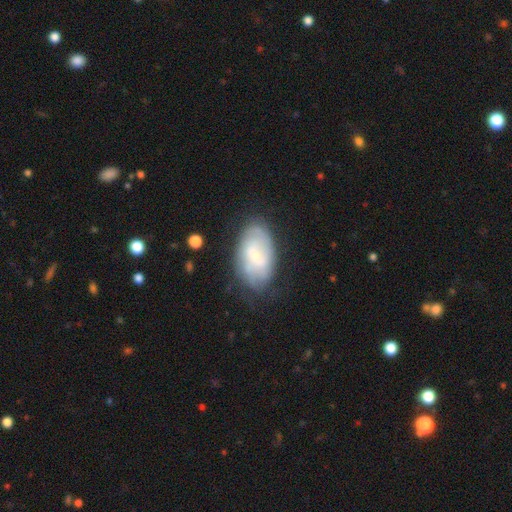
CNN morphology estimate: Smooth or featured? Predicted: featured or disk (p=0.56). Edge-on disk? Predicted: no (p=0.95). Bar? Predicted: weak (p=0.55). Spiral arms? Predicted: yes (p=0.74). Bulge size? Predicted: small (p=0.65). Merging? Predicted: none (p=0.68).